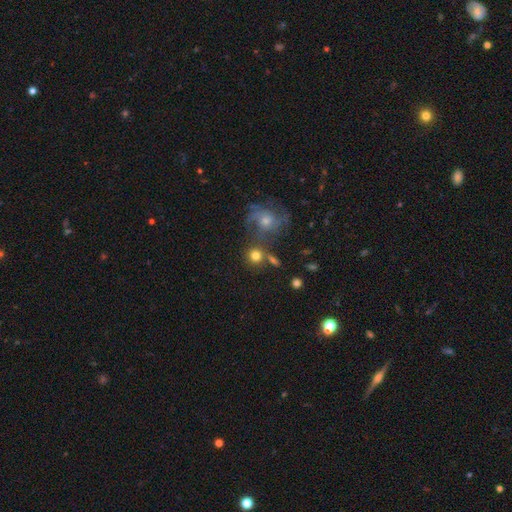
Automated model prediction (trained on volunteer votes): The model was most divided on "merging": none: 60%, merger: 21%, minor disturbance: 12%, major disturbance: 7%. More confident: how rounded — round (87%); smooth or featured — smooth (72%).